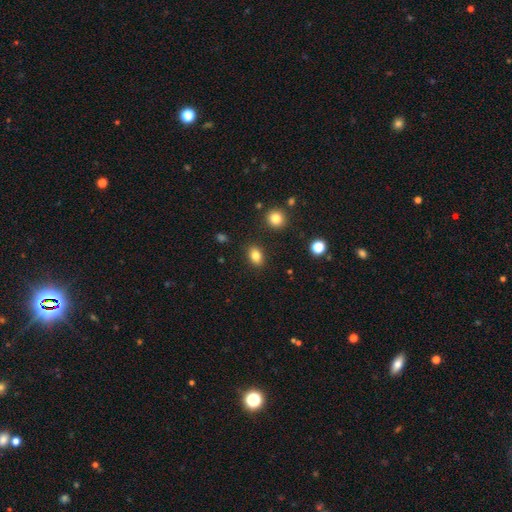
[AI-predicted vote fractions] A smooth galaxy with no disk features (83%) that is in between round and cigar-shaped (78%). Merging: none (87%).